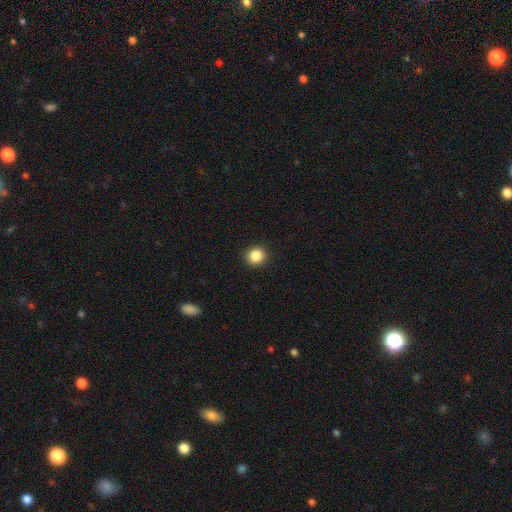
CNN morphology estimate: Smooth or featured: smooth — 85% (star or artifact — 10%)
How rounded: round — 87% (in between — 12%)
Merging: none — 92% (minor disturbance — 6%)